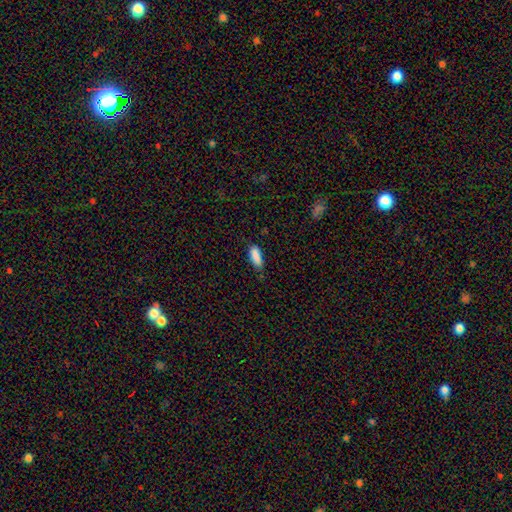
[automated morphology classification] The model was most divided on "how rounded": in between: 72%, cigar-shaped: 26%, round: 2%. More confident: smooth or featured — smooth (88%); merging — none (71%).